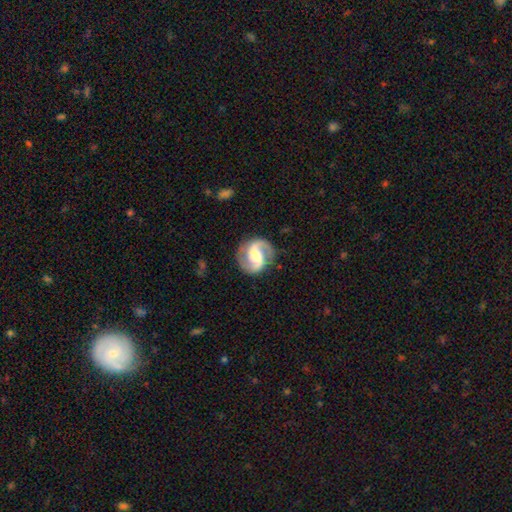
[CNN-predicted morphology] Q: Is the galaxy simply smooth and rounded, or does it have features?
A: featured or disk — 88%.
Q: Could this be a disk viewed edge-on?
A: no — 98%.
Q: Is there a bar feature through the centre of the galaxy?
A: weak — 42%.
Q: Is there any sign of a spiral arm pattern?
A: yes — 97%.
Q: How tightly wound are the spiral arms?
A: medium — 56%.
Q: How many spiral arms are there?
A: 2 — 93%.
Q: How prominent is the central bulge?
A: moderate — 55%.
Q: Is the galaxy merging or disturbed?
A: none — 84%.